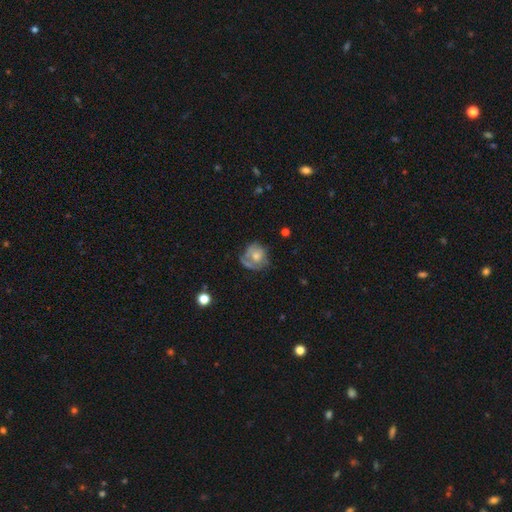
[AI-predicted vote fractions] Smooth or featured: smooth — 49% (featured or disk — 43%)
Merging: none — 44% (minor disturbance — 27%)